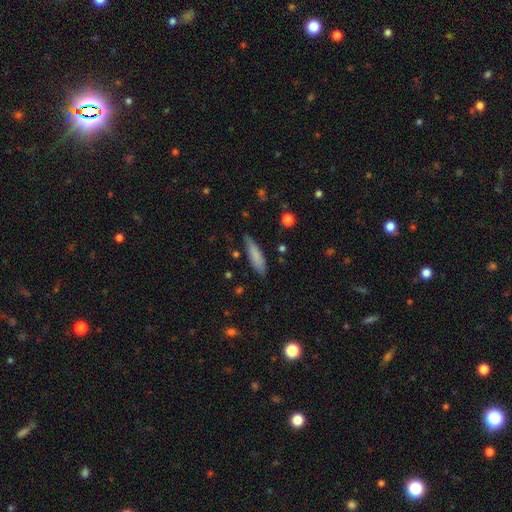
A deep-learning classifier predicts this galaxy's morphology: smooth 80%, featured or disk 14%, star or artifact 6%. Down the decision tree: how rounded — cigar-shaped (70%); merging — none (77%).